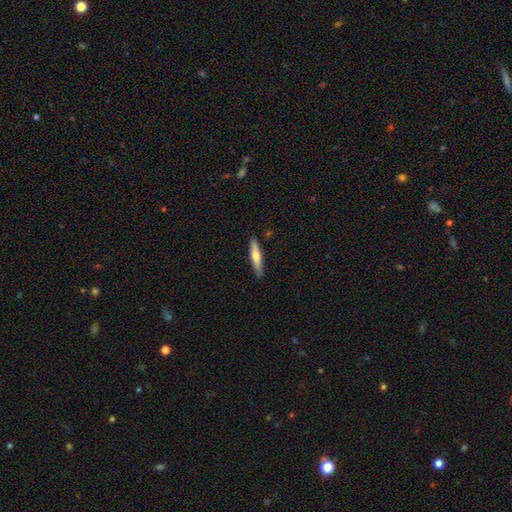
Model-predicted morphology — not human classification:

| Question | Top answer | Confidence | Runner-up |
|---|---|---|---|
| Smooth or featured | smooth | 56% | featured or disk (38%) |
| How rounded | cigar-shaped | 87% | in between (12%) |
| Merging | none | 87% | minor disturbance (10%) |